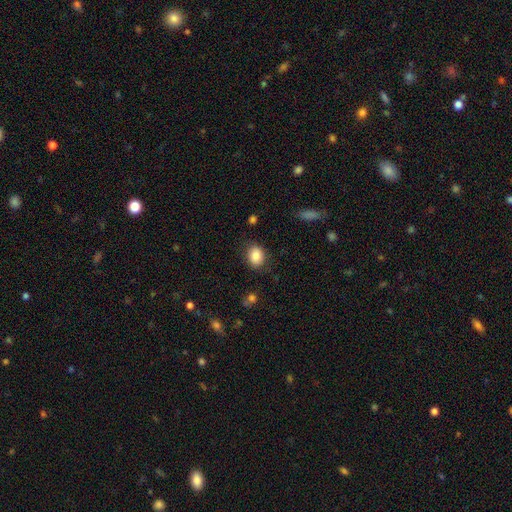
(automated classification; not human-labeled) A smooth galaxy with no disk features (85%) that is in between round and cigar-shaped (51%).

Vote fractions:
- Smooth or featured? smooth: 85% / star or artifact: 8% / featured or disk: 7%
- How rounded? in between: 51% / round: 49% / cigar-shaped: 1%
- Merging? none: 83% / minor disturbance: 12% / major disturbance: 3% / merger: 1%